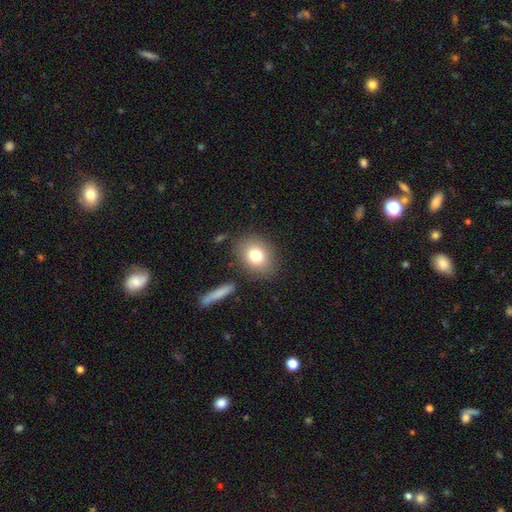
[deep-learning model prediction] Q: Smooth or featured?
A: smooth (77%); runner-up: featured or disk (13%)
Q: How rounded?
A: round (50%); runner-up: in between (49%)
Q: Merging?
A: none (83%); runner-up: minor disturbance (10%)